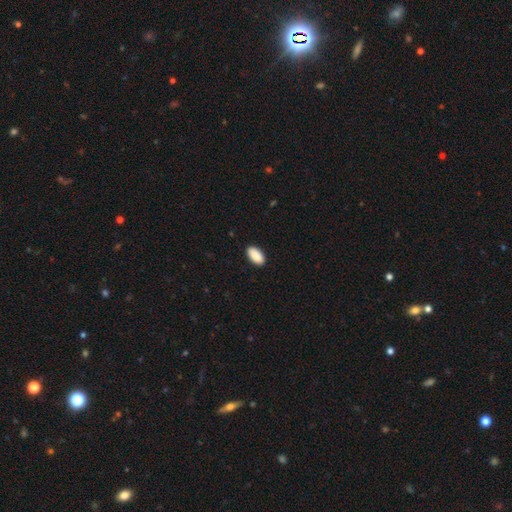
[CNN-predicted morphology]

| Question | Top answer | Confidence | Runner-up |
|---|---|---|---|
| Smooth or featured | smooth | 90% | star or artifact (6%) |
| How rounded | in between | 95% | cigar-shaped (3%) |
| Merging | none | 89% | minor disturbance (8%) |